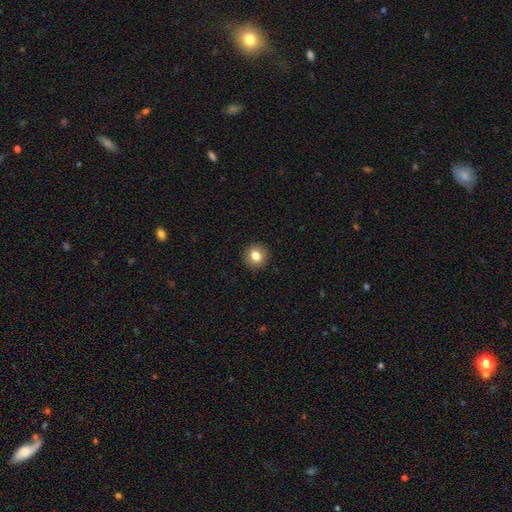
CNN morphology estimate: Smooth or featured? Predicted: smooth (p=0.81). How rounded? Predicted: round (p=0.89). Merging? Predicted: none (p=0.92).